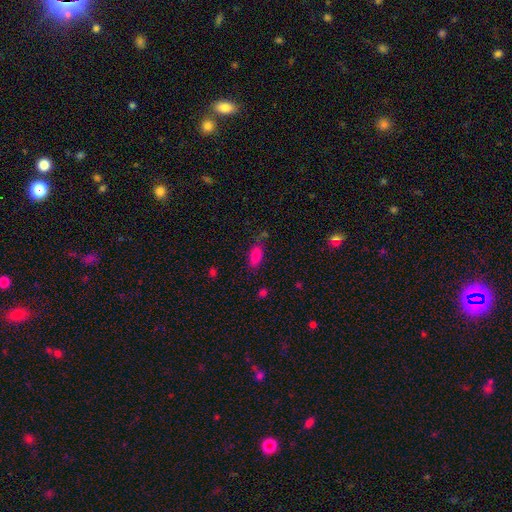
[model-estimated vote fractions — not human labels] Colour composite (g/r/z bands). It shows a smooth galaxy with no disk features (80%) that is in between round and cigar-shaped (80%). Merging: none (68%).